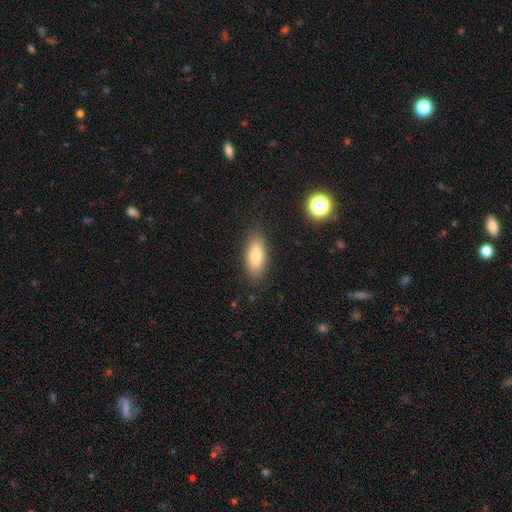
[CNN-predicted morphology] Overall: smooth (78%). How rounded: in between (78%). Merging: none (86%).